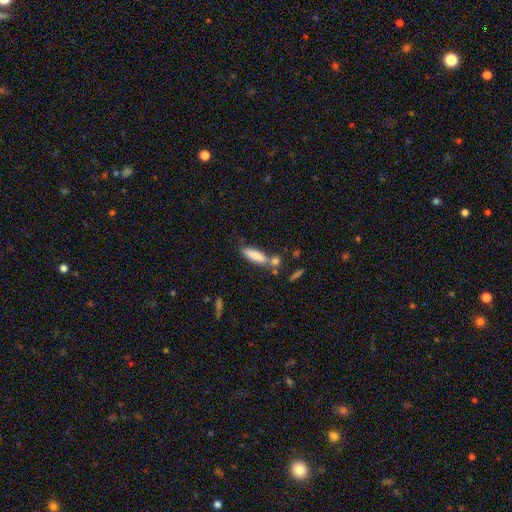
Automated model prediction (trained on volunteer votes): The model was most divided on "how rounded": cigar-shaped: 64%, in between: 34%, round: 2%. More confident: smooth or featured — smooth (81%); merging — none (57%).